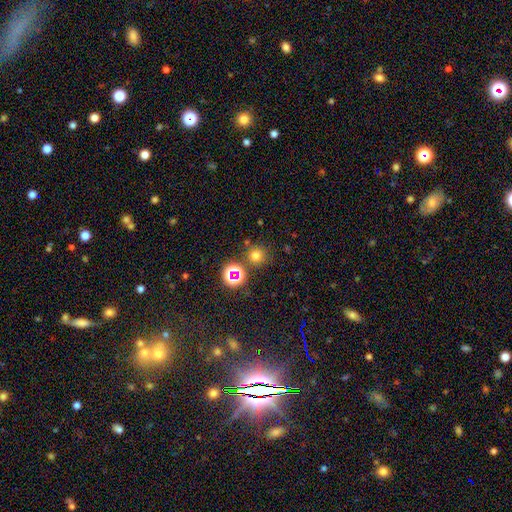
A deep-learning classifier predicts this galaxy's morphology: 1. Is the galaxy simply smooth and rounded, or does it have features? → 69% smooth, 25% star or artifact, 7% featured or disk.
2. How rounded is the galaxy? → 94% round, 5% in between, 1% cigar-shaped.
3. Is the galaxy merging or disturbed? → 80% none, 9% merger, 8% minor disturbance, 3% major disturbance.